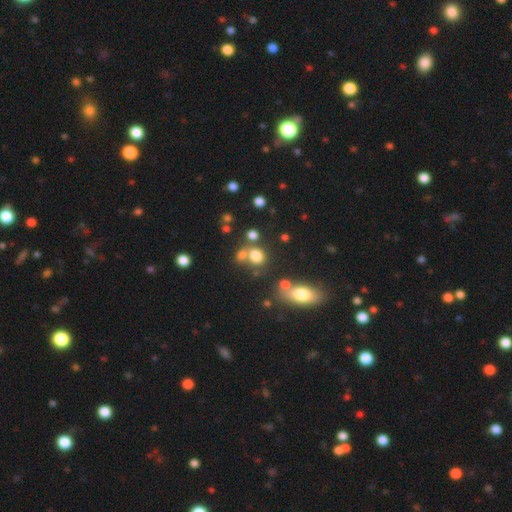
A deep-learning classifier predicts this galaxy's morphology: Smooth or featured? Predicted: smooth (p=0.74). How rounded? Predicted: round (p=0.65). Merging? Predicted: none (p=0.53).